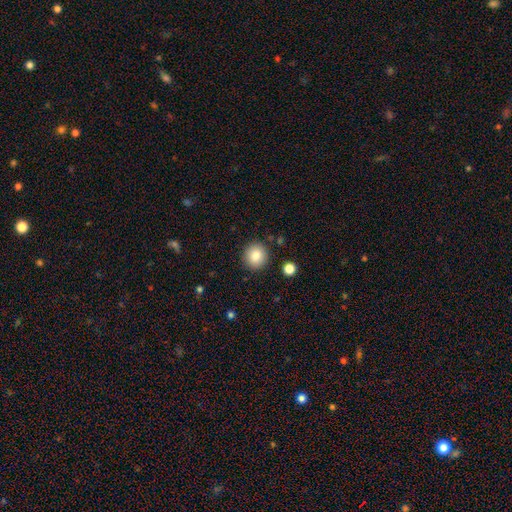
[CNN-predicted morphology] The model was most divided on "smooth or featured": smooth: 84%, star or artifact: 9%, featured or disk: 7%. More confident: how rounded — round (91%); merging — none (89%).